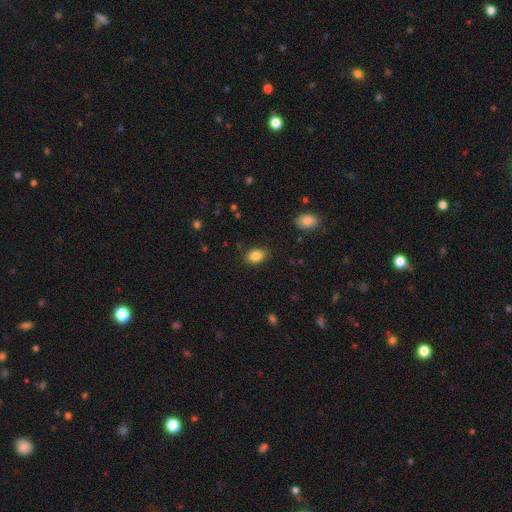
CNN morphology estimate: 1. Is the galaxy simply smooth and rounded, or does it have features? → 85% smooth, 9% star or artifact, 6% featured or disk.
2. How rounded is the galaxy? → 76% in between, 22% round, 1% cigar-shaped.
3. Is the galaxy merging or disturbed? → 86% none, 10% minor disturbance, 3% major disturbance, 1% merger.